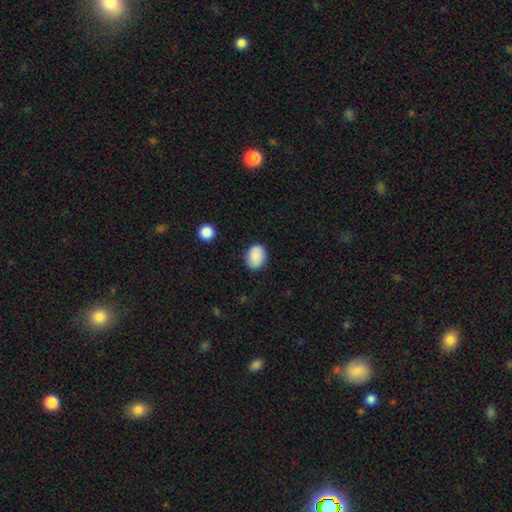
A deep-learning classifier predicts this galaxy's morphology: The model was most divided on "how rounded": in between: 57%, round: 42%, cigar-shaped: 1%. More confident: smooth or featured — smooth (84%); merging — none (84%).